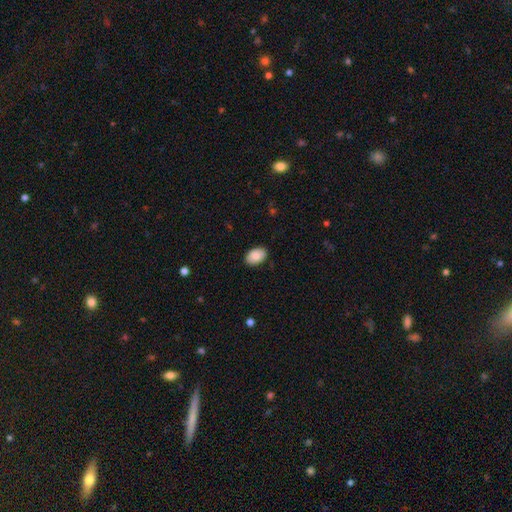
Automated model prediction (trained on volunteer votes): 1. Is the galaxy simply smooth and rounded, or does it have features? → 85% smooth, 8% featured or disk, 7% star or artifact.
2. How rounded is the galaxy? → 88% in between, 11% round, 1% cigar-shaped.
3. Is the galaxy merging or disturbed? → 88% none, 9% minor disturbance, 2% major disturbance, 1% merger.